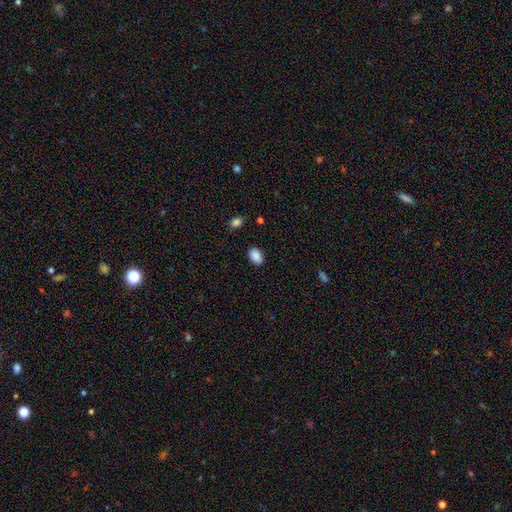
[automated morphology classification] smooth 89%, star or artifact 8%, featured or disk 3%. Down the decision tree: how rounded — in between (83%); merging — none (87%).